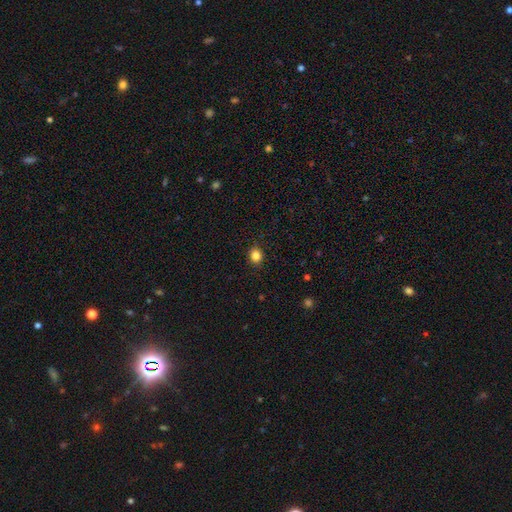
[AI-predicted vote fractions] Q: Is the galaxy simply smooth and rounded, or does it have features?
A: smooth — 84%.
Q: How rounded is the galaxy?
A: round — 77%.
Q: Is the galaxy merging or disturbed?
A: none — 89%.